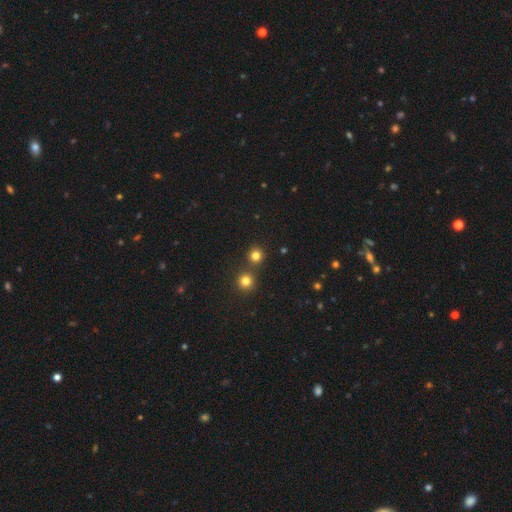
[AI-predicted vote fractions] Morphology: type=smooth (79%); roundness=round (92%); merging=none (77%).